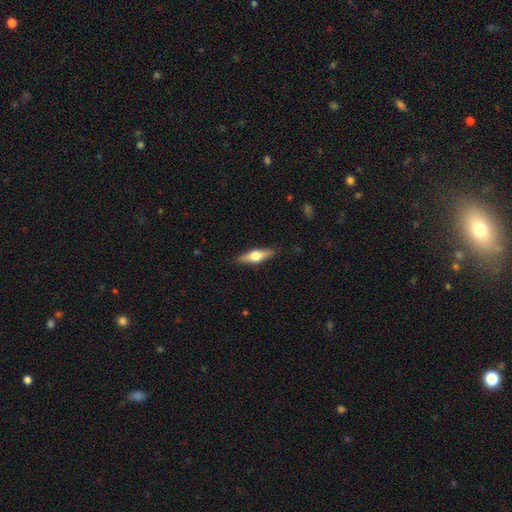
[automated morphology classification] smooth-or-featured: featured or disk: 55% | smooth: 39% | star or artifact: 6%
  disk-edge-on: yes: 95% | no: 5%
    edge-on-bulge: rounded: 94% | boxy: 4% | none: 2%
  merging: none: 88% | minor disturbance: 9% | major disturbance: 2% | merger: 1%